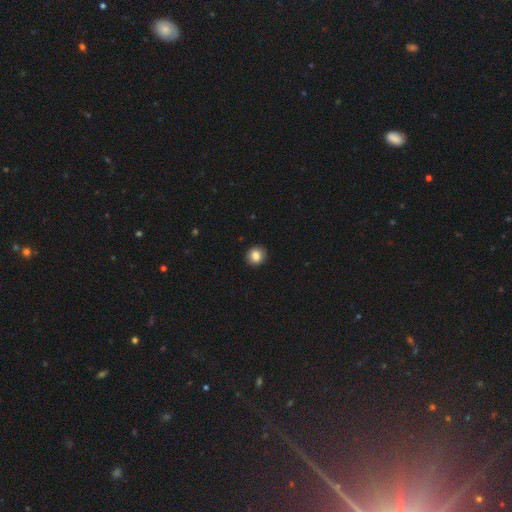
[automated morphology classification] smooth-or-featured: smooth: 85% | star or artifact: 9% | featured or disk: 5%
  how-rounded: round: 89% | in between: 10% | cigar-shaped: 1%
  merging: none: 92% | minor disturbance: 5% | major disturbance: 2% | merger: 1%